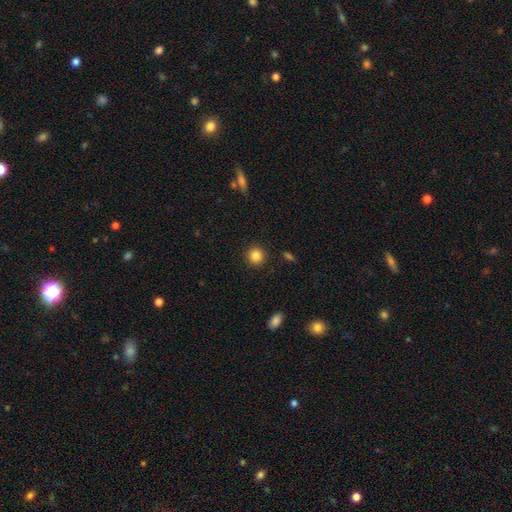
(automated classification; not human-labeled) This appears to be a smooth galaxy with no disk features (86%) that is round (93%). Merging: none (91%).